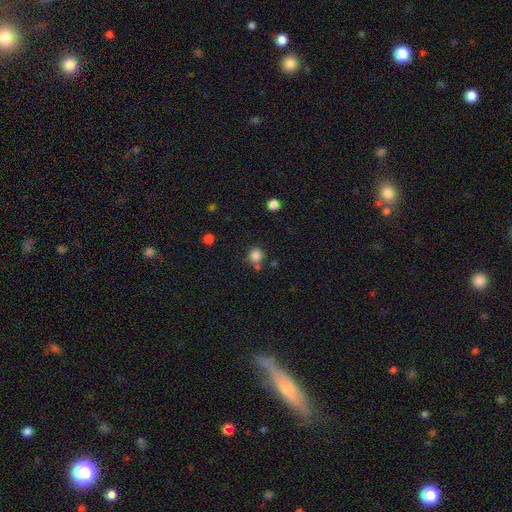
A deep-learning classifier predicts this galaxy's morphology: Smooth or featured? Predicted: smooth (p=0.83). How rounded? Predicted: round (p=0.90). Merging? Predicted: none (p=0.68).